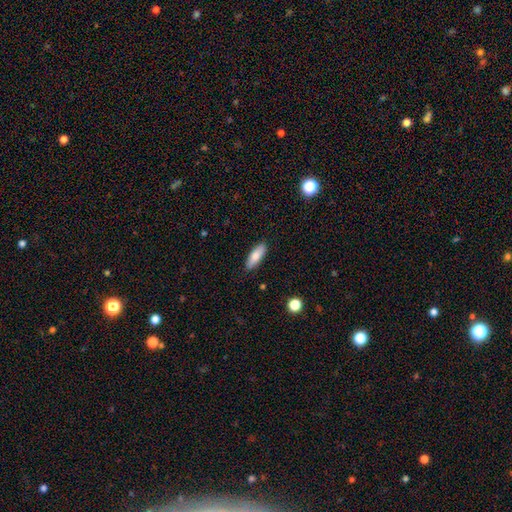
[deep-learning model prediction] Morphology: type=smooth (80%); roundness=in between (62%); merging=none (88%).